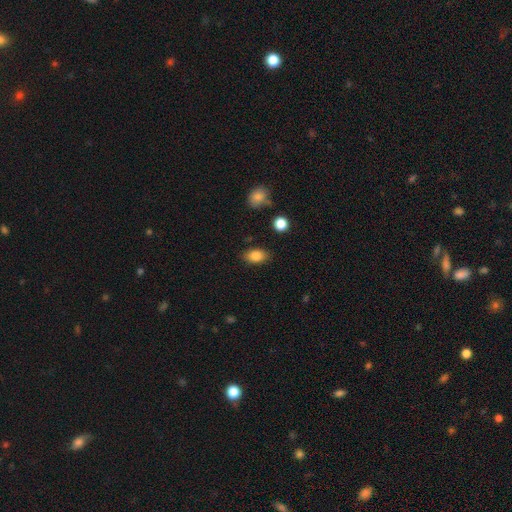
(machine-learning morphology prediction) A smooth galaxy with no disk features (86%) that is in between round and cigar-shaped (85%).

Vote fractions:
- Smooth or featured? smooth: 86% / star or artifact: 9% / featured or disk: 5%
- How rounded? in between: 85% / round: 13% / cigar-shaped: 2%
- Merging? none: 83% / minor disturbance: 12% / major disturbance: 3% / merger: 2%